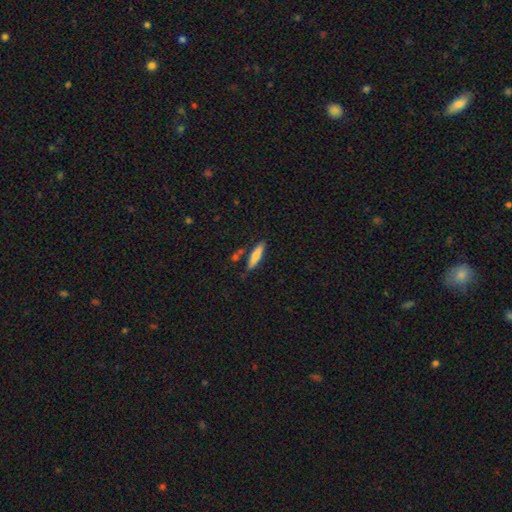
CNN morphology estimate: The model was most divided on "smooth or featured": smooth: 73%, featured or disk: 21%, star or artifact: 6%. More confident: how rounded — cigar-shaped (79%); merging — none (77%).